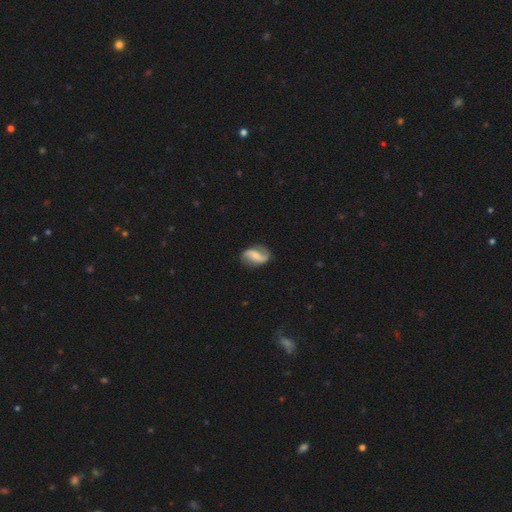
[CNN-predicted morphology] Smooth or featured?
  - featured or disk: 75% *
  - smooth: 19%
  - star or artifact: 6%
Edge-on disk?
  - no: 97% *
  - yes: 3%
Bar?
  - weak: 40% *
  - strong: 31%
  - no: 28%
Spiral arms?
  - yes: 94% *
  - no: 6%
Spiral winding?
  - loose: 65% *
  - medium: 26%
  - tight: 9%
Spiral arm count?
  - 2: 91% *
  - can't tell: 3%
  - 1: 3%
  - 3: 1%
  - 4: 1%
  - more than 4: 1%
Bulge size?
  - small: 44% *
  - moderate: 28%
  - none: 22%
  - large: 4%
  - dominant: 2%
Merging?
  - none: 80% *
  - minor disturbance: 14%
  - major disturbance: 4%
  - merger: 1%